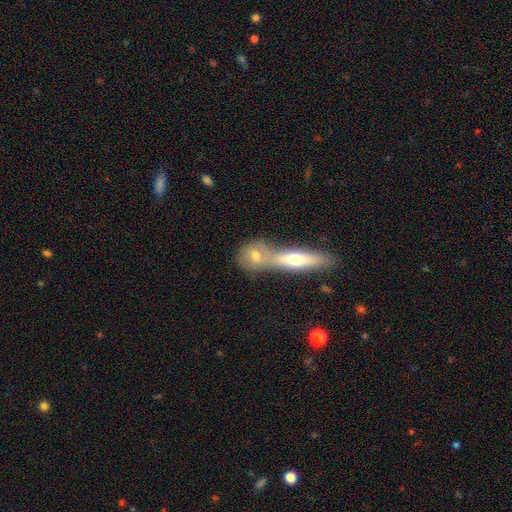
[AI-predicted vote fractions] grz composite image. It shows a smooth galaxy with no disk features (61%) that is round (48%). Merging: merger (48%).